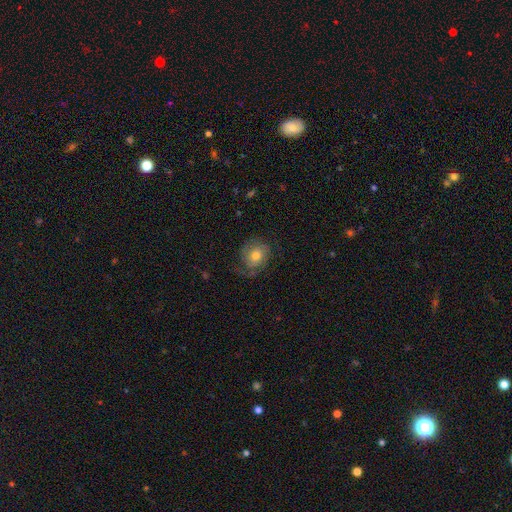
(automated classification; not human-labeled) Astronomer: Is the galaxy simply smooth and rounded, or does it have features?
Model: featured or disk — 65%.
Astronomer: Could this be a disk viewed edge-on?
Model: no — 97%.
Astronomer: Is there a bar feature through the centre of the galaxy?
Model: no — 77%.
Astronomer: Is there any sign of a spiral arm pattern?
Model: yes — 90%.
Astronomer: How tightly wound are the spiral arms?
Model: tight — 41% (runner-up: medium, 39%).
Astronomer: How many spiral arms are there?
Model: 2 — 58%.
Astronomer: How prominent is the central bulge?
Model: moderate — 67%.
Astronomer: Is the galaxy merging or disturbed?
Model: none — 63%.